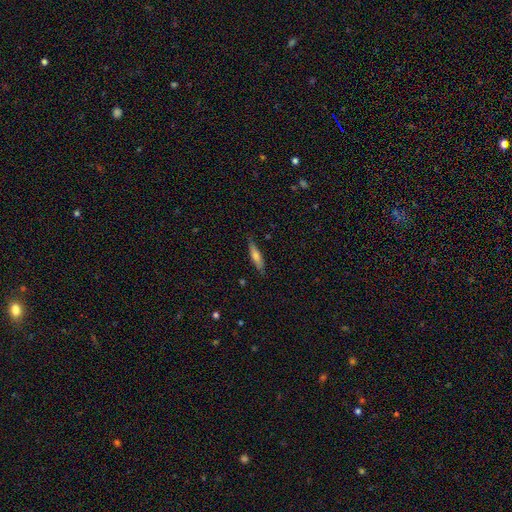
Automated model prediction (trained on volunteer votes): The model was most divided on "smooth or featured": smooth: 59%, featured or disk: 35%, star or artifact: 6%. More confident: merging — none (84%); how rounded — cigar-shaped (77%).